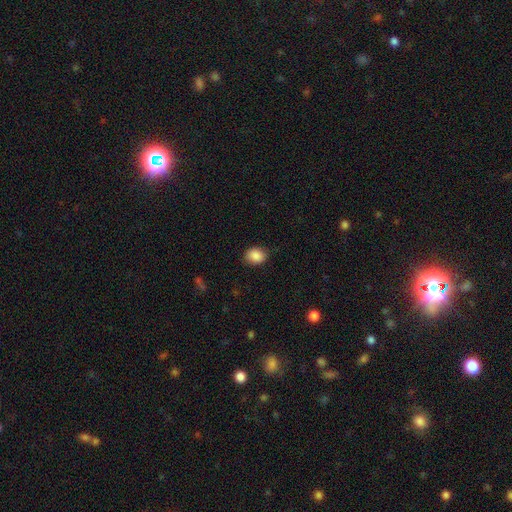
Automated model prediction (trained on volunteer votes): This is clearly a smooth galaxy (88%). How rounded: possibly round (50%). Merging: clearly none (84%).